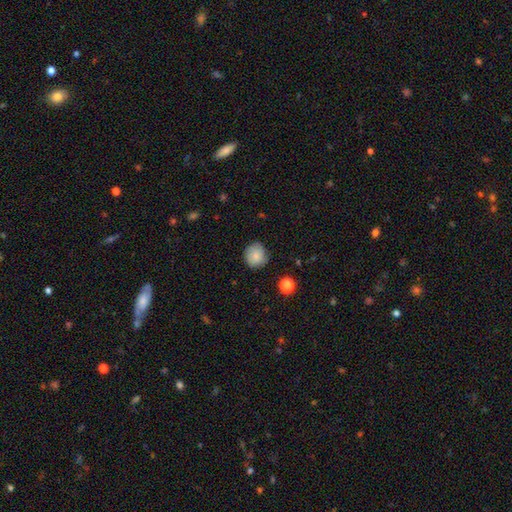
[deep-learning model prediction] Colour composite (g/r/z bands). It shows a smooth galaxy with no disk features (82%) that is round (86%). Merging: none (80%).